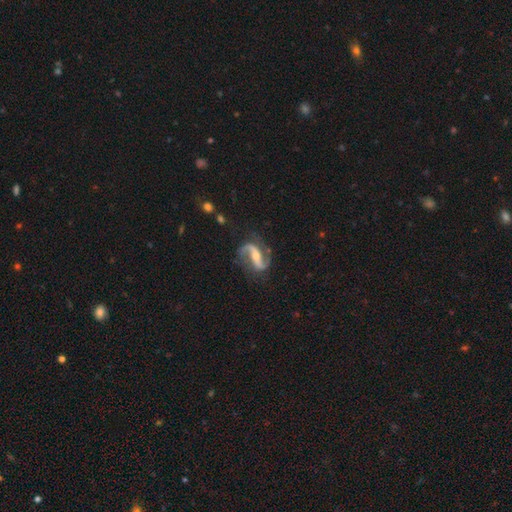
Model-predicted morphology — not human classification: A featured or disk galaxy (91%) with a strong bar (45%), 2 (93%) loose (48%) spiral arms (98%) and a moderate central bulge (49%).

Vote fractions:
- Smooth or featured? featured or disk: 91% / star or artifact: 5% / smooth: 4%
- Edge-on disk? no: 97% / yes: 3%
- Bar? strong: 45% / weak: 32% / no: 24%
- Spiral arms? yes: 98% / no: 2%
- Spiral winding? loose: 48% / medium: 41% / tight: 10%
- Spiral arm count? 2: 93% / 1: 2% / can't tell: 2% / 3: 1% / 4: 1% / more than 4: 1%
- Bulge size? moderate: 49% / small: 44% / large: 3% / none: 3% / dominant: 1%
- Merging? none: 78% / minor disturbance: 14% / major disturbance: 6% / merger: 2%